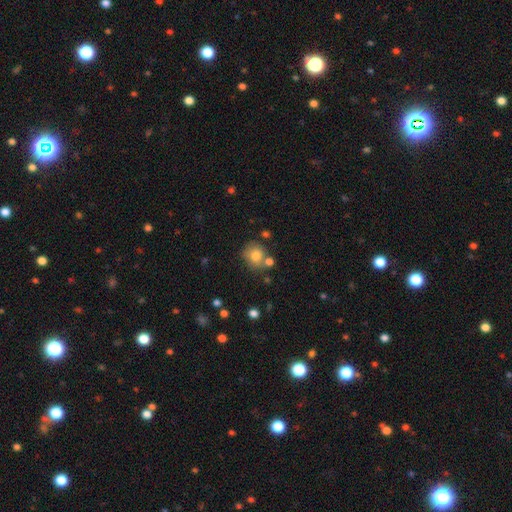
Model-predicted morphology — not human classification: This appears to be a smooth galaxy with no disk features (80%) that is round (79%). Merging: none (65%).